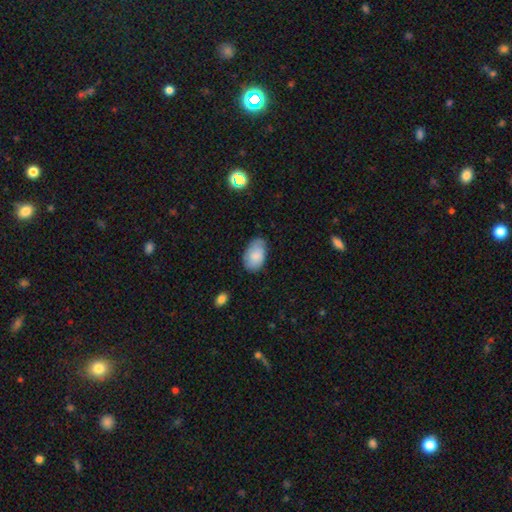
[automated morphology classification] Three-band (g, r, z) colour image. It shows a smooth galaxy with no disk features (81%) that is in between round and cigar-shaped (93%). Merging: none (66%).